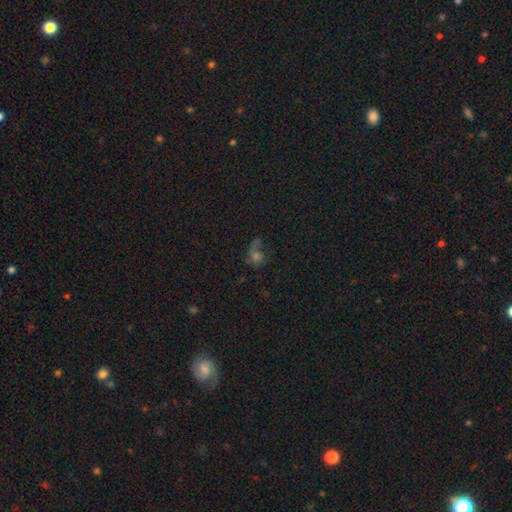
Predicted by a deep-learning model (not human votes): smooth 43%, featured or disk 32%, star or artifact 25%. Down the decision tree: merging — none (37%).